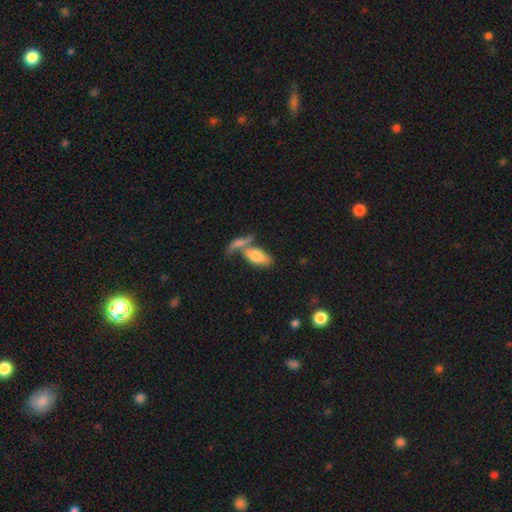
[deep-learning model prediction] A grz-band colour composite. It shows a smooth galaxy with no disk features (74%) that is in between round and cigar-shaped (83%). Merging: merger (45%).